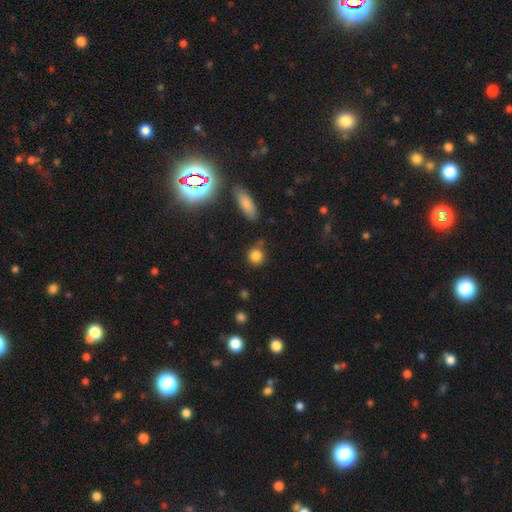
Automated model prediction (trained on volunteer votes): Smooth or featured? smooth (83%)
How rounded? round (84%)
Merging? none (72%)